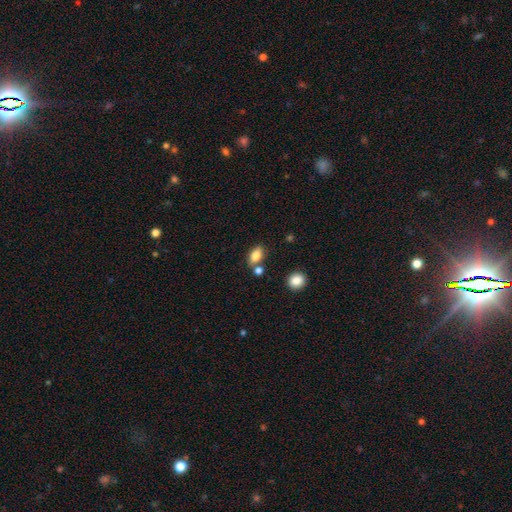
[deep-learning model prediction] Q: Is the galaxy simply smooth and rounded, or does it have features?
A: smooth — 82%.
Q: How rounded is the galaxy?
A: in between — 85%.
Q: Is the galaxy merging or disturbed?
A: none — 70%.